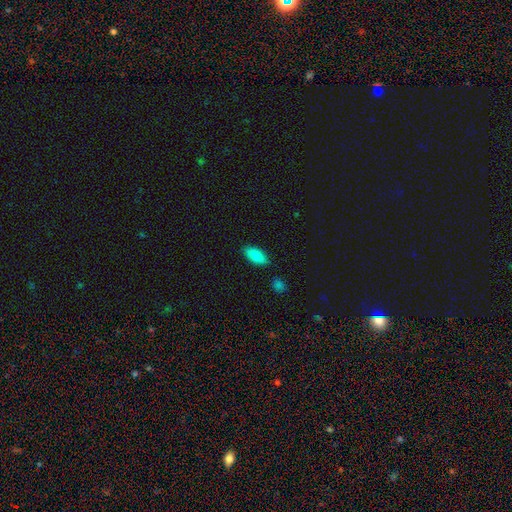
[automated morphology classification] Smooth or featured: smooth — 83% (featured or disk — 10%)
How rounded: in between — 86% (cigar-shaped — 11%)
Merging: none — 84% (minor disturbance — 11%)